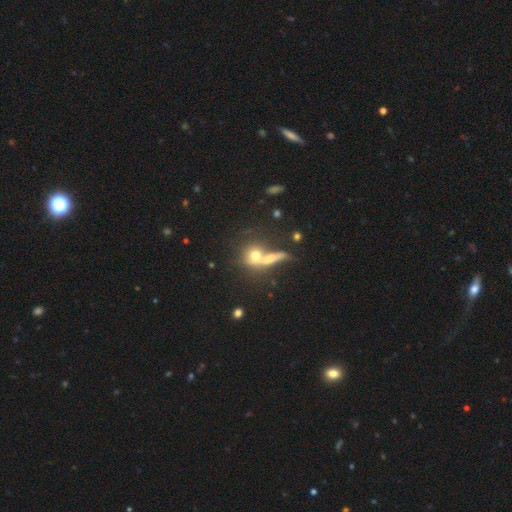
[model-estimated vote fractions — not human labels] Morphology: type=smooth (63%); roundness=round (67%); merging=merger (49%).